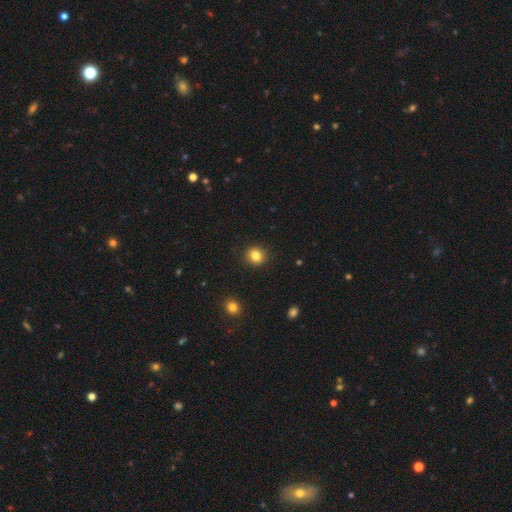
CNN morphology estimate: smooth_or_featured: smooth (p=0.84) [alt: star or artifact p=0.11]
how_rounded: round (p=0.83) [alt: in between p=0.16]
merging: none (p=0.91) [alt: minor disturbance p=0.06]